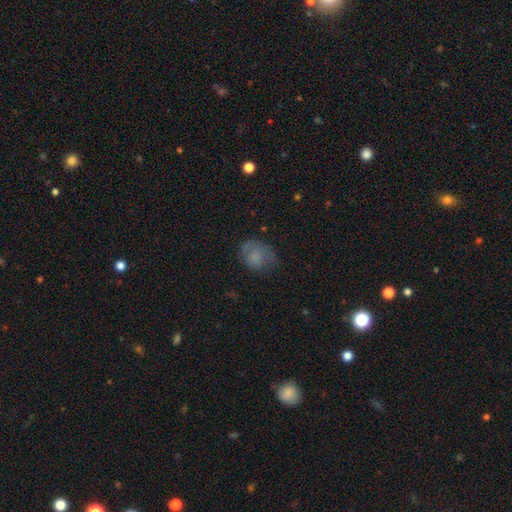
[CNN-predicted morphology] smooth-or-featured: smooth: 70% | featured or disk: 19% | star or artifact: 11%
  how-rounded: round: 52% | in between: 47% | cigar-shaped: 1%
  merging: none: 47% | minor disturbance: 32% | major disturbance: 19% | merger: 2%